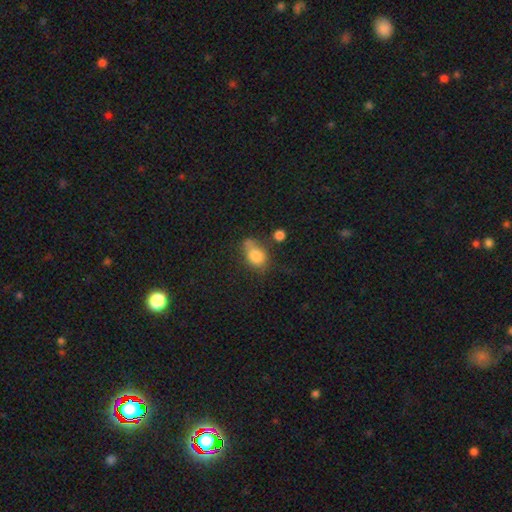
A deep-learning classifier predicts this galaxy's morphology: A smooth galaxy with no disk features (80%) that is in between round and cigar-shaped (66%). Merging: none (43%).